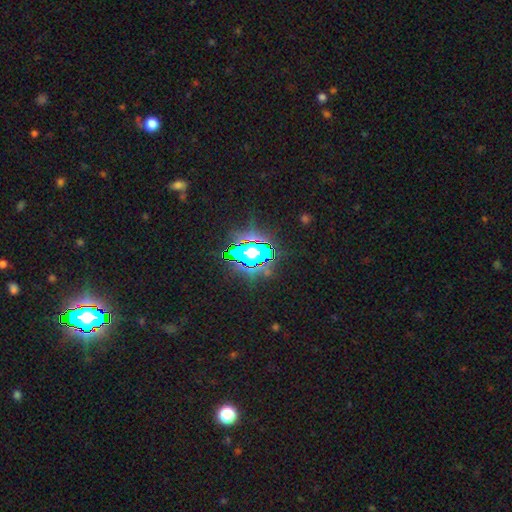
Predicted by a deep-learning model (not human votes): This is clearly a star or artifact rather than a galaxy (83%).